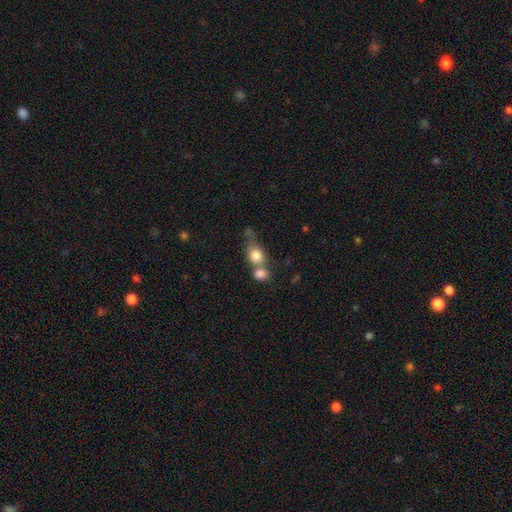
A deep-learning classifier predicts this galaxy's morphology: smooth_or_featured: smooth (p=0.78) [alt: featured or disk p=0.12]
how_rounded: round (p=0.61) [alt: in between p=0.36]
merging: merger (p=0.60) [alt: none p=0.26]